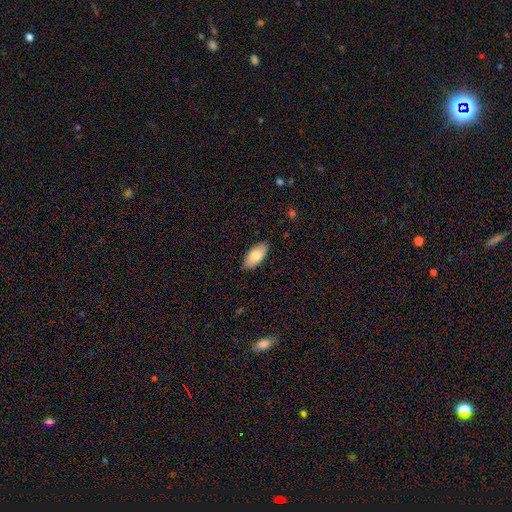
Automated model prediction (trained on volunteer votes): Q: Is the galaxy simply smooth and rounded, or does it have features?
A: smooth — 78%.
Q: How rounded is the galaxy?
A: in between — 92%.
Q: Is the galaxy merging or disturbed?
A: none — 87%.